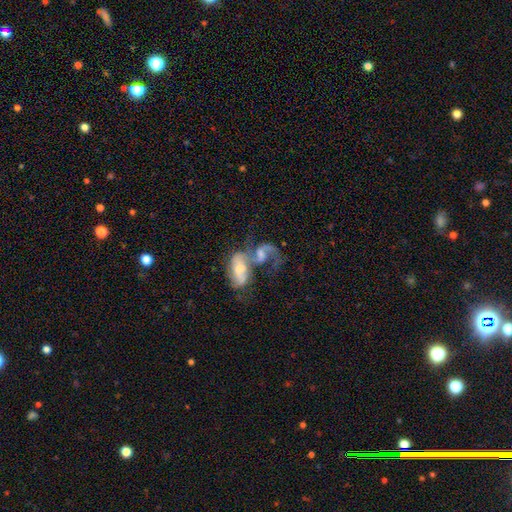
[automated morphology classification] A featured or disk galaxy (62%) with no bar (62%), spiral arms (67%) and a moderate central bulge (49%). Merging: merger (70%).